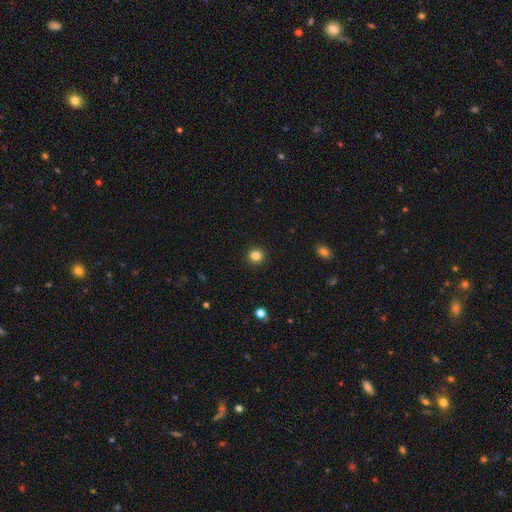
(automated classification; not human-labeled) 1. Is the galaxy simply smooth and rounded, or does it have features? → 84% smooth, 12% star or artifact, 5% featured or disk.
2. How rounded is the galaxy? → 93% round, 6% in between, 1% cigar-shaped.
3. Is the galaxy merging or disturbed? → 92% none, 5% minor disturbance, 2% major disturbance, 1% merger.